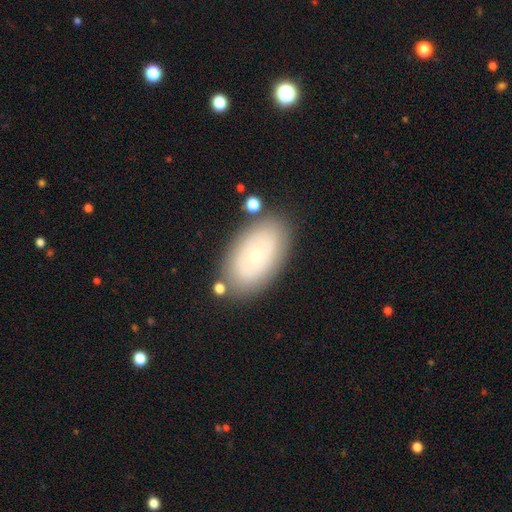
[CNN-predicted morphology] The model was most divided on "smooth or featured": smooth: 57%, featured or disk: 34%, star or artifact: 8%. More confident: how rounded — in between (93%); merging — none (78%).